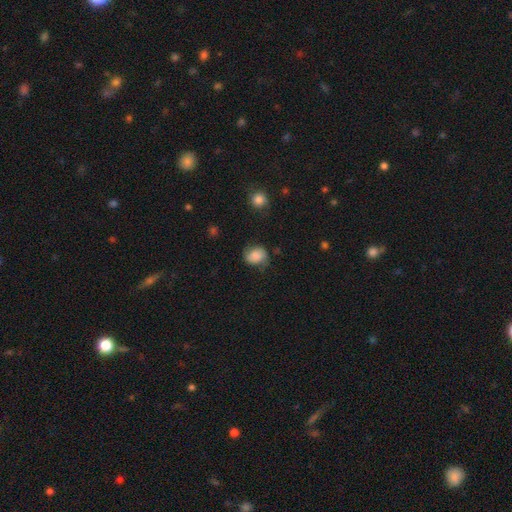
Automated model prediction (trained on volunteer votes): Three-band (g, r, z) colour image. It shows a smooth galaxy with no disk features (73%) that is in between round and cigar-shaped (50%). Merging: none (60%).